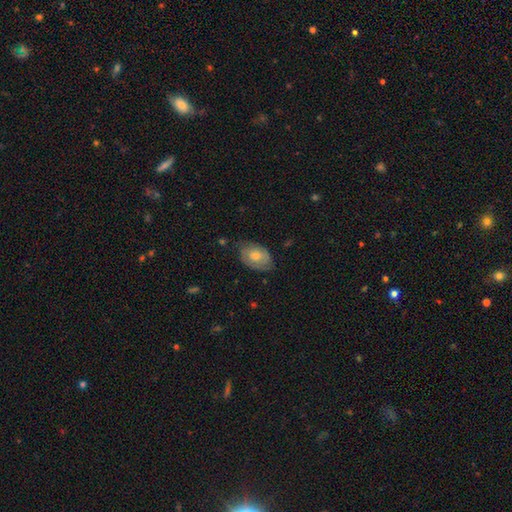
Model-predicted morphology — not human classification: Smooth or featured: smooth — 54% (featured or disk — 38%)
How rounded: in between — 85% (round — 14%)
Merging: none — 69% (minor disturbance — 24%)